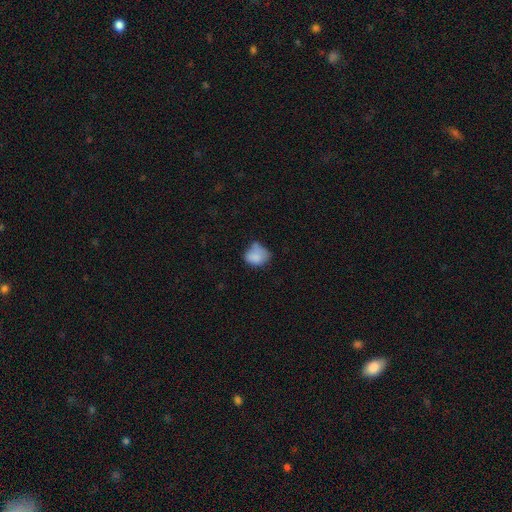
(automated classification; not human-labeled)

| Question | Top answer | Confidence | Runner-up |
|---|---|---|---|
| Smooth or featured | smooth | 78% | featured or disk (12%) |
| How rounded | in between | 53% | round (46%) |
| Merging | minor disturbance | 37% | none (35%) |